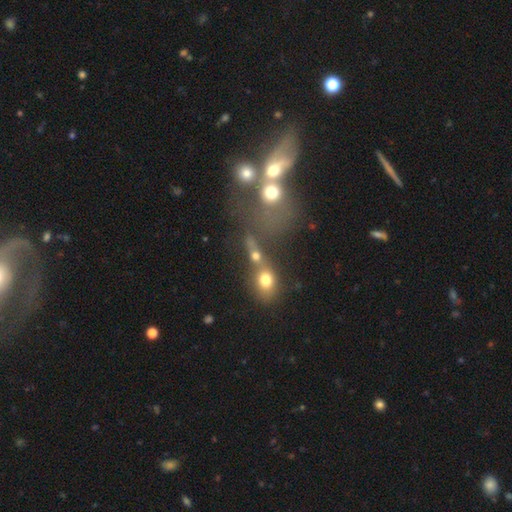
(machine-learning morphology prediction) smooth_or_featured: smooth (p=0.65) [alt: featured or disk p=0.17]
how_rounded: round (p=0.55) [alt: in between p=0.40]
merging: merger (p=0.55) [alt: none p=0.28]